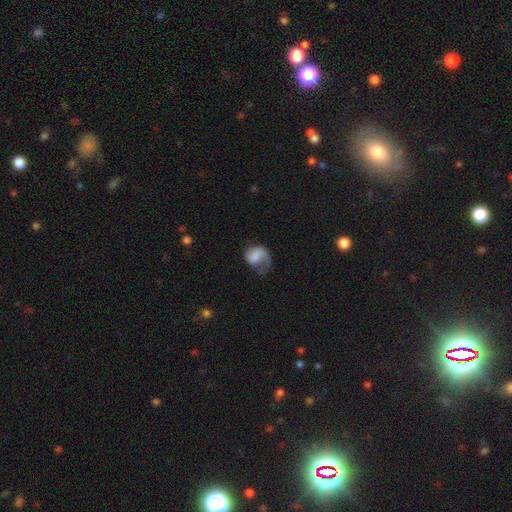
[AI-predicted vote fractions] Smooth or featured: featured or disk — 48% (smooth — 44%)
Merging: major disturbance — 42% (none — 34%)